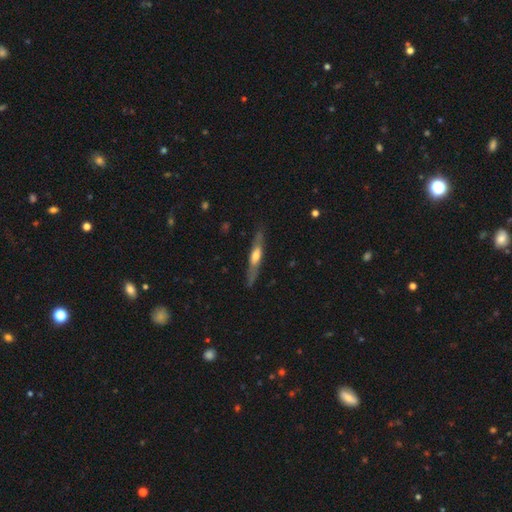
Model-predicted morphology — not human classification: Smooth or featured? featured or disk (57%)
Edge-on disk? yes (84%)
Merging? none (81%)